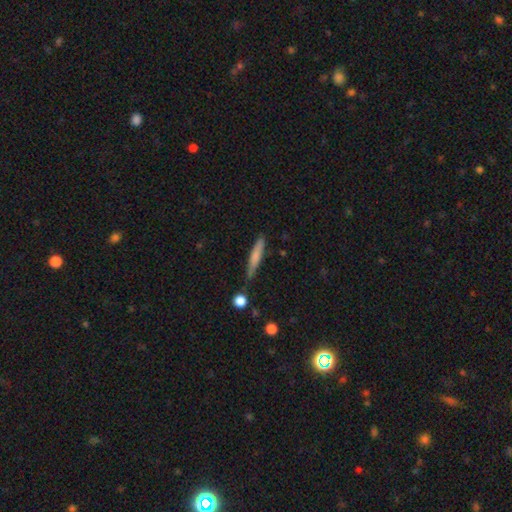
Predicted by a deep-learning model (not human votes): smooth 68%, featured or disk 26%, star or artifact 7%. Down the decision tree: how rounded — cigar-shaped (91%); merging — none (67%).